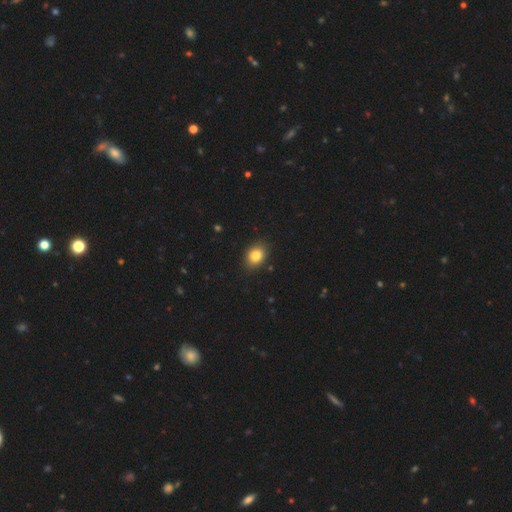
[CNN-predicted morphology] Smooth or featured? smooth (83%)
How rounded? in between (61%)
Merging? none (88%)